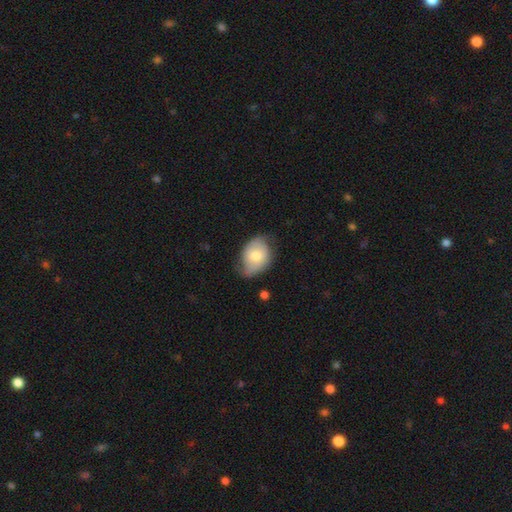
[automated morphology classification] Smooth or featured? smooth (60%)
How rounded? in between (73%)
Merging? none (53%)